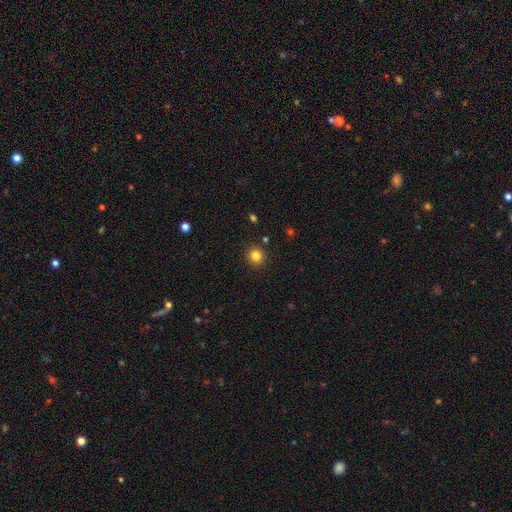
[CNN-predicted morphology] Q: Smooth or featured?
A: smooth (83%); runner-up: star or artifact (12%)
Q: How rounded?
A: round (91%); runner-up: in between (8%)
Q: Merging?
A: none (90%); runner-up: minor disturbance (6%)